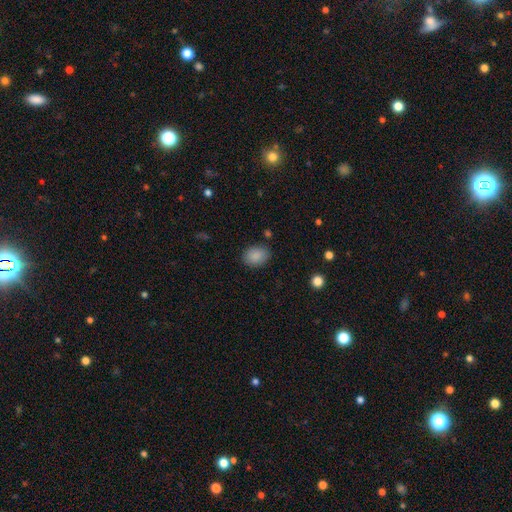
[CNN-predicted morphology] Smooth or featured? Predicted: smooth (p=0.88). How rounded? Predicted: in between (p=0.61). Merging? Predicted: none (p=0.84).